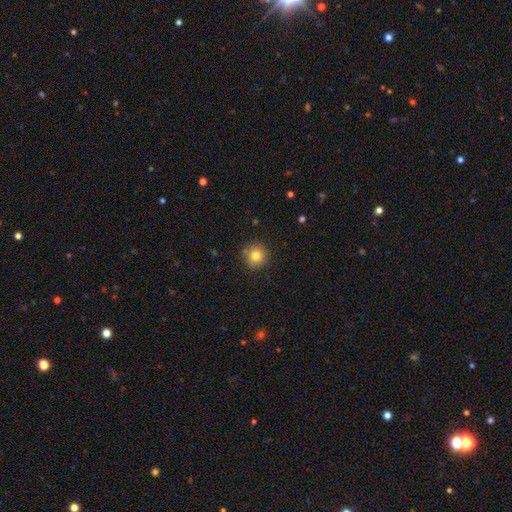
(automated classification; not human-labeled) smooth 80%, star or artifact 11%, featured or disk 8%. Down the decision tree: how rounded — round (94%); merging — none (89%).